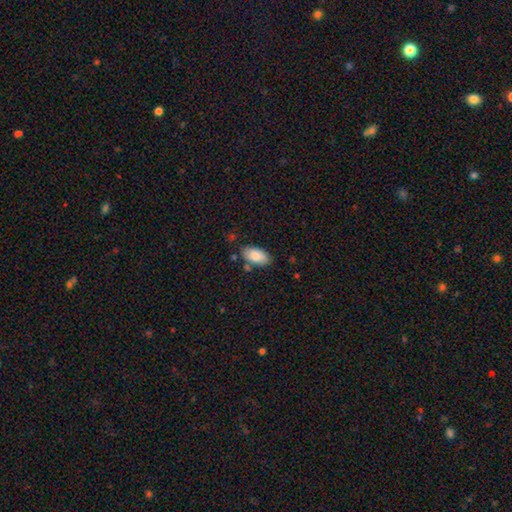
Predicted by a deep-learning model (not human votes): Q: Smooth or featured?
A: smooth (86%); runner-up: featured or disk (7%)
Q: How rounded?
A: in between (94%); runner-up: cigar-shaped (3%)
Q: Merging?
A: none (77%); runner-up: minor disturbance (15%)